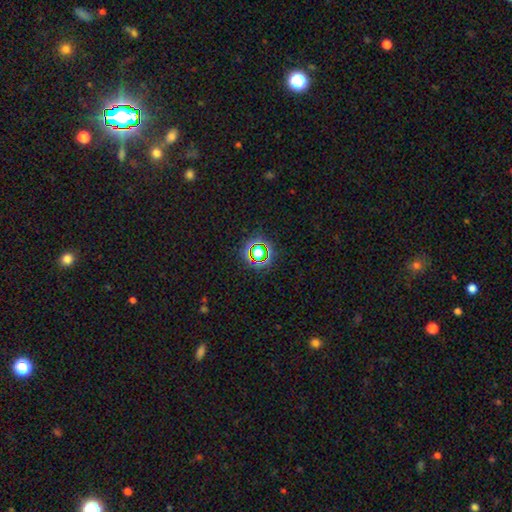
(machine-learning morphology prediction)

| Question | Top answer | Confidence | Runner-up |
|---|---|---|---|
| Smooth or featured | star or artifact | 66% | smooth (23%) |